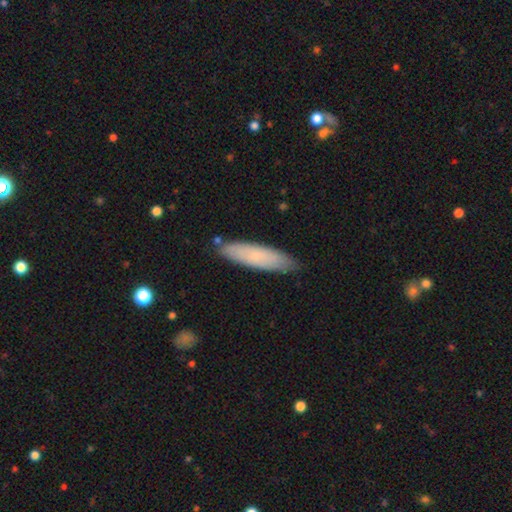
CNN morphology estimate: smooth-or-featured: smooth: 73% | featured or disk: 21% | star or artifact: 6%
  how-rounded: cigar-shaped: 70% | in between: 29% | round: 1%
  merging: none: 84% | minor disturbance: 12% | major disturbance: 2% | merger: 2%